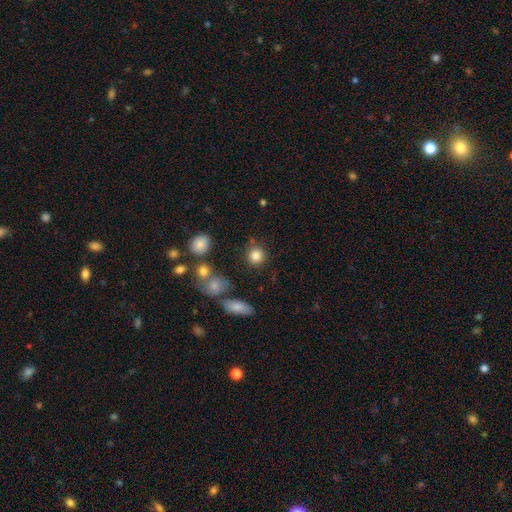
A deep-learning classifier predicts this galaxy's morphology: Overall: smooth (84%). How rounded: round (90%). Merging: none (83%).